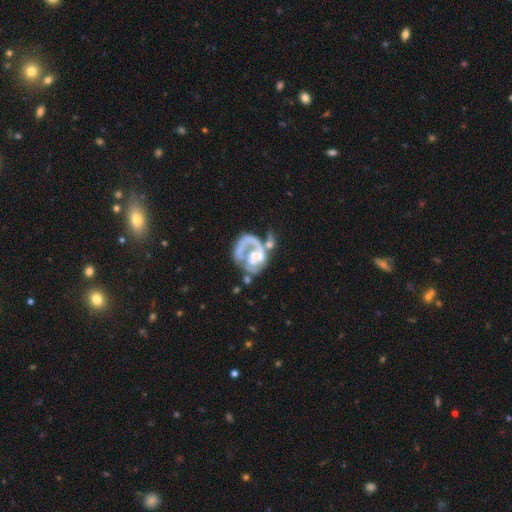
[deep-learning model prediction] The model was most divided on "spiral winding" (2-way tie): medium: 37%, tight: 37%, loose: 26%. Remaining: edge-on disk — no (98%); smooth or featured — featured or disk (80%); spiral arms — yes (72%); spiral arm count — 1 (62%); bar — no (60%); merging — major disturbance (35%); bulge size — moderate (34%).